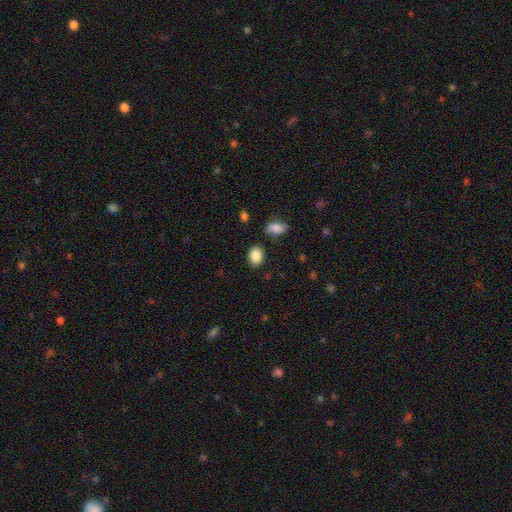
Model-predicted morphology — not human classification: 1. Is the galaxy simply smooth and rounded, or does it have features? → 87% smooth, 8% star or artifact, 5% featured or disk.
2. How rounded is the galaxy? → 74% in between, 25% round, 1% cigar-shaped.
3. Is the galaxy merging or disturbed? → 83% none, 11% minor disturbance, 3% merger, 3% major disturbance.